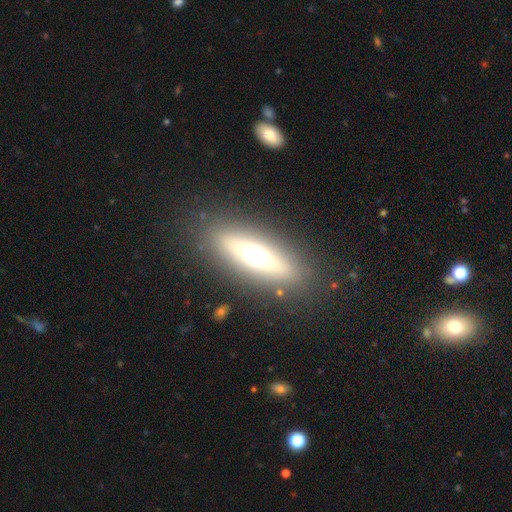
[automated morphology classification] Q: Smooth or featured?
A: smooth (46%); runner-up: featured or disk (44%)
Q: Merging?
A: none (86%); runner-up: minor disturbance (9%)